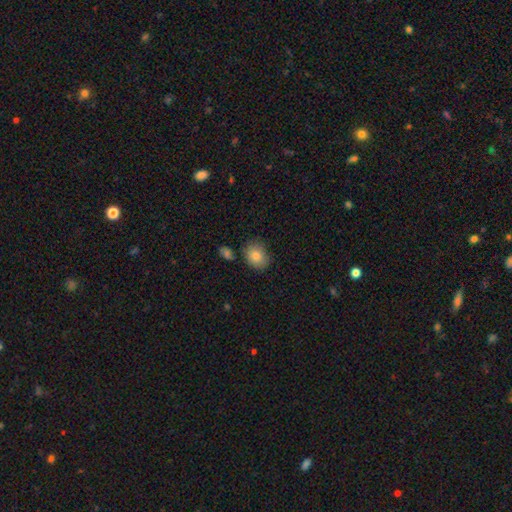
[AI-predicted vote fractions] smooth-or-featured: smooth: 83% | star or artifact: 9% | featured or disk: 8%
  how-rounded: in between: 54% | round: 45% | cigar-shaped: 1%
  merging: none: 77% | minor disturbance: 15% | merger: 5% | major disturbance: 3%